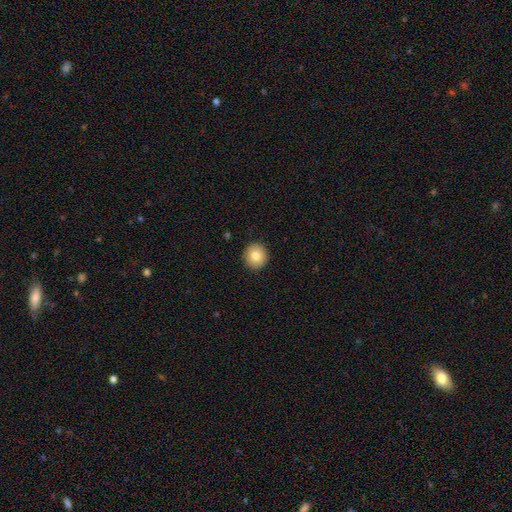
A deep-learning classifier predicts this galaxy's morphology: This is clearly a smooth galaxy (83%). How rounded: clearly round (87%). Merging: clearly none (92%).